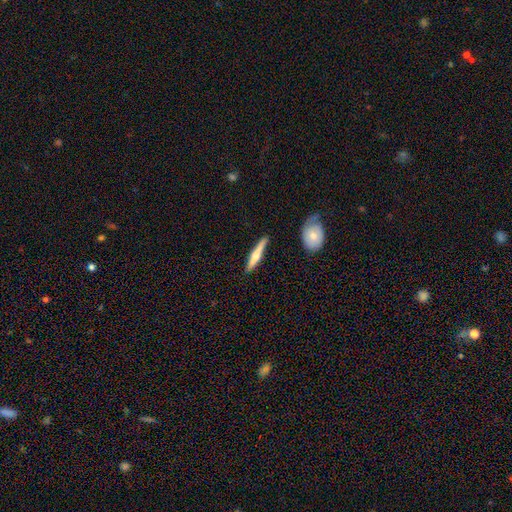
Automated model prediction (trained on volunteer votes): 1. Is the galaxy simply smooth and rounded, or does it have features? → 57% featured or disk, 38% smooth, 5% star or artifact.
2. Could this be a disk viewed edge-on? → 96% yes, 4% no.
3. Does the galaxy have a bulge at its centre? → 88% rounded, 7% none, 5% boxy.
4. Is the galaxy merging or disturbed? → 87% none, 9% minor disturbance, 3% merger, 2% major disturbance.